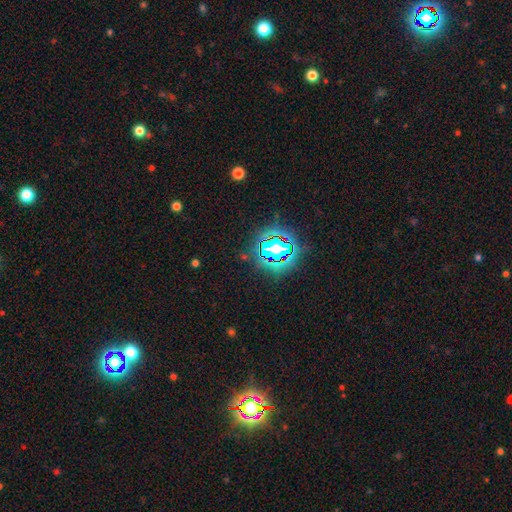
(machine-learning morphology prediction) A star or artifact, not a galaxy (82%).